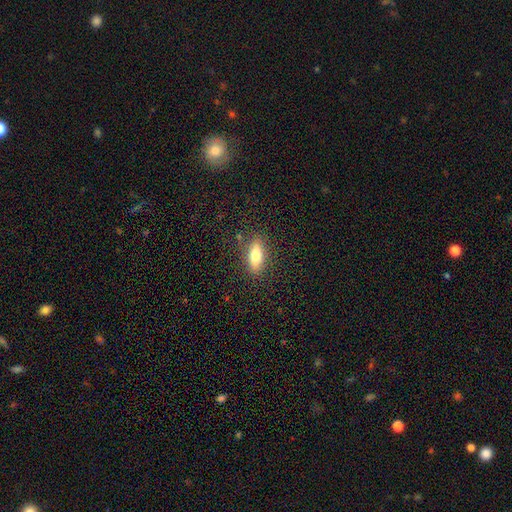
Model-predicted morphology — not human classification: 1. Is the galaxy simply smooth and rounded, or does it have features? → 73% smooth, 19% featured or disk, 8% star or artifact.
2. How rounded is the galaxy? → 67% in between, 29% cigar-shaped, 3% round.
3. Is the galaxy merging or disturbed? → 84% none, 11% minor disturbance, 3% major disturbance, 2% merger.